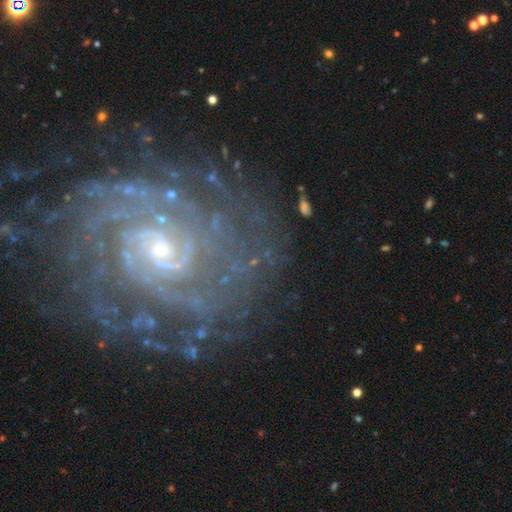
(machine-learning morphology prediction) Smooth or featured: featured or disk — 90% (star or artifact — 7%)
Edge-on disk: no — 98% (yes — 2%)
Bar: no — 48% (weak — 39%)
Spiral arms: yes — 98% (no — 2%)
Spiral winding: tight — 76% (medium — 21%)
Spiral arm count: can't tell — 24% (2 — 21%)
Bulge size: small — 68% (moderate — 27%)
Merging: none — 79% (minor disturbance — 13%)